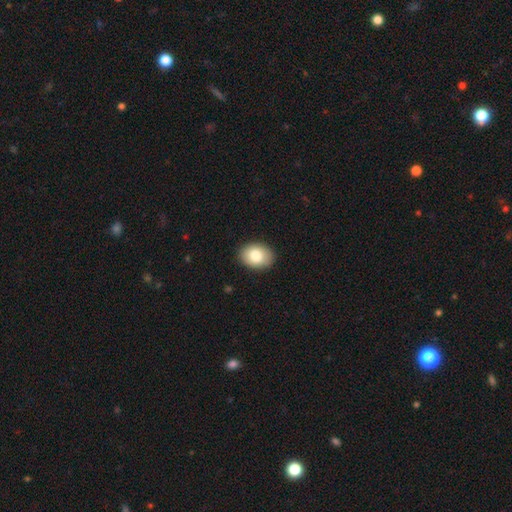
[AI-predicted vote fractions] smooth_or_featured: smooth (p=0.81) [alt: featured or disk p=0.11]
how_rounded: in between (p=0.72) [alt: round p=0.27]
merging: none (p=0.89) [alt: minor disturbance p=0.08]